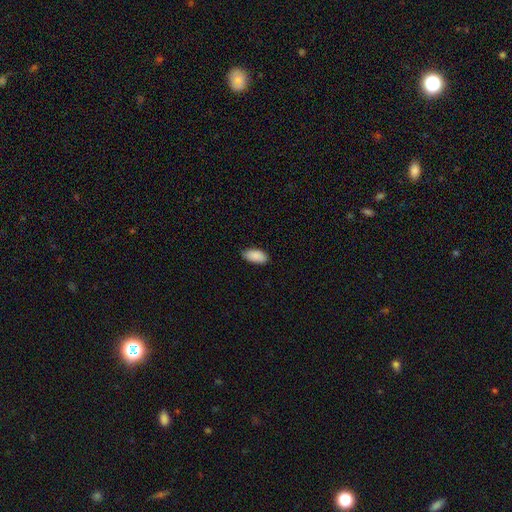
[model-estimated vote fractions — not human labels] Smooth or featured? Predicted: smooth (p=0.90). How rounded? Predicted: in between (p=0.94). Merging? Predicted: none (p=0.84).